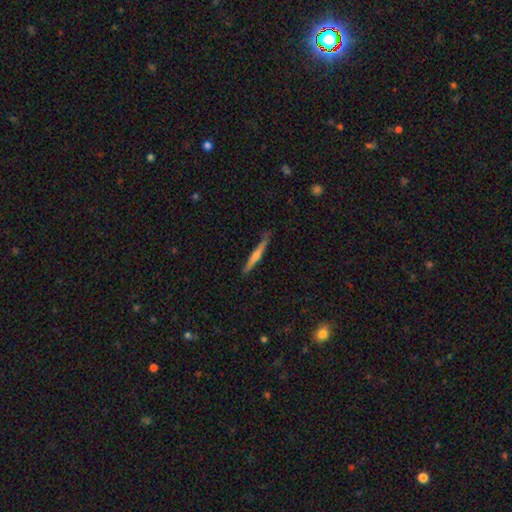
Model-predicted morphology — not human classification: Smooth or featured? featured or disk (61%)
Edge-on disk? yes (97%)
Edge-on bulge? rounded (75%)
Merging? none (84%)